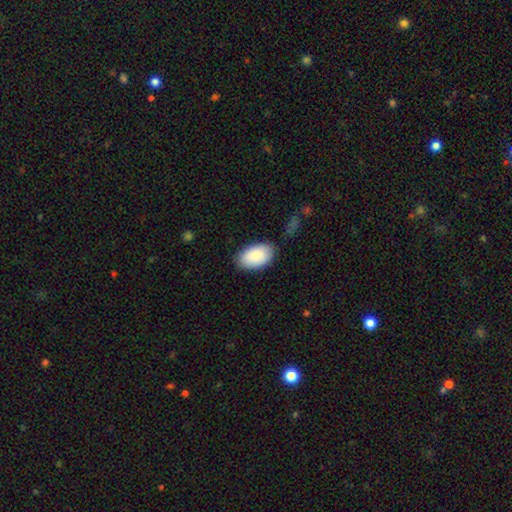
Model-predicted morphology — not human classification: A smooth galaxy with no disk features (88%) that is in between round and cigar-shaped (94%). Merging: none (81%).